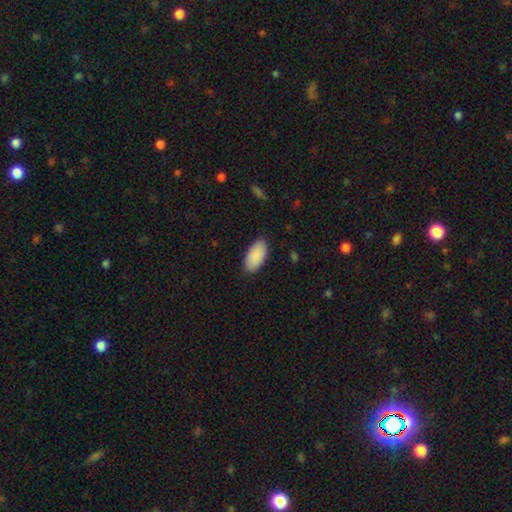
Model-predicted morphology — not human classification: smooth 91%, star or artifact 6%, featured or disk 4%. Down the decision tree: how rounded — in between (95%); merging — none (86%).